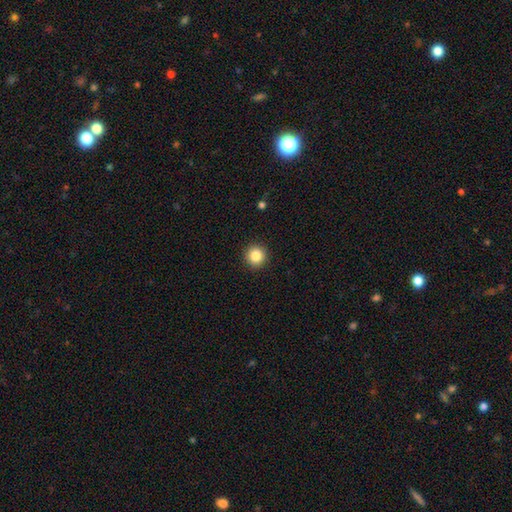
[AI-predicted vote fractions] Morphology: type=smooth (85%); roundness=round (95%); merging=none (93%).